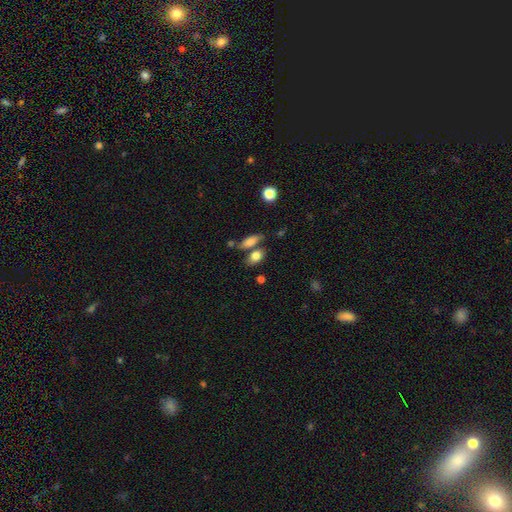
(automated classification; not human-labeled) The model was most divided on "merging": none: 59%, merger: 23%, minor disturbance: 13%, major disturbance: 4%. More confident: how rounded — in between (81%); smooth or featured — smooth (81%).